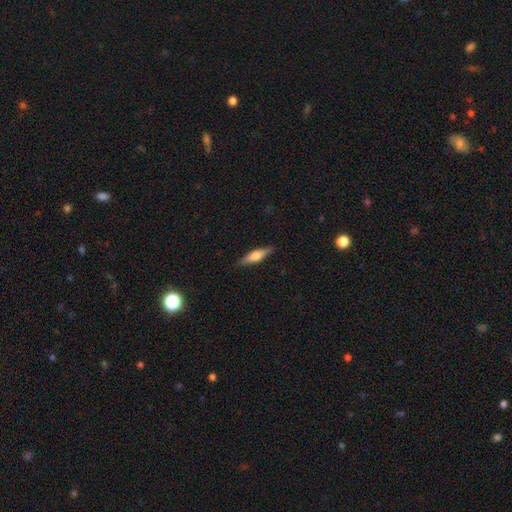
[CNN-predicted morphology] Smooth or featured: smooth — 49% (featured or disk — 44%)
Merging: none — 87% (minor disturbance — 10%)